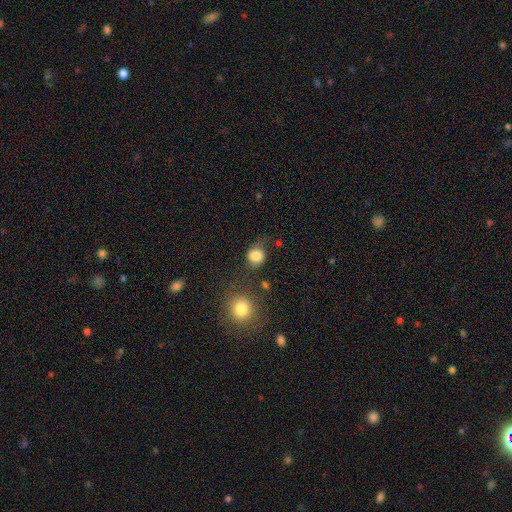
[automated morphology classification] A smooth galaxy with no disk features (82%) that is round (79%).

Vote fractions:
- Smooth or featured? smooth: 82% / star or artifact: 10% / featured or disk: 7%
- How rounded? round: 79% / in between: 19% / cigar-shaped: 1%
- Merging? none: 61% / minor disturbance: 22% / major disturbance: 10% / merger: 7%